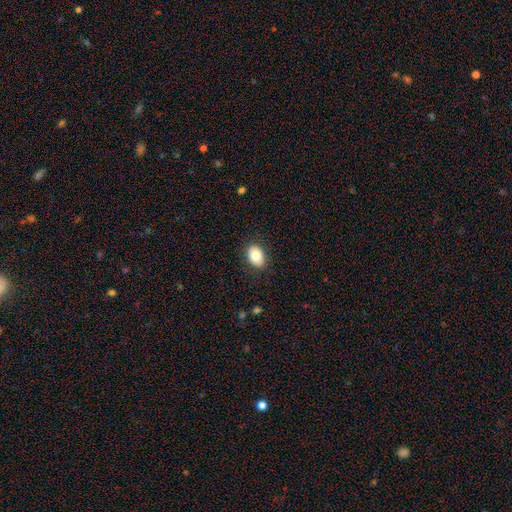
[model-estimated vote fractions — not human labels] Overall: smooth (83%). How rounded: in between (81%). Merging: none (87%).